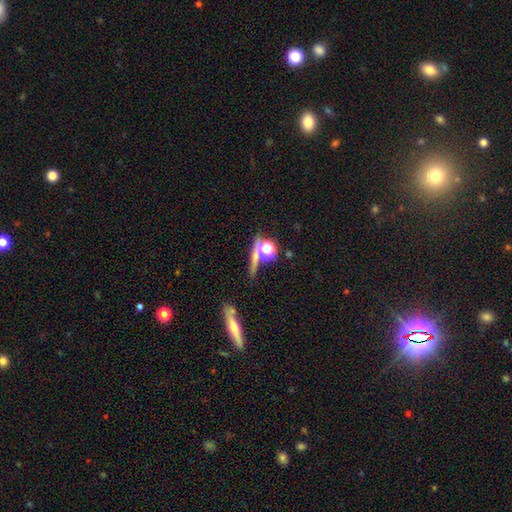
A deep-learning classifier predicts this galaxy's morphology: This appears to be a star or artifact, not a galaxy (41%).